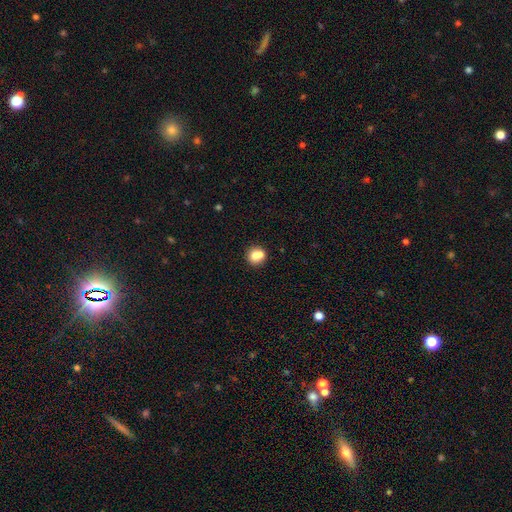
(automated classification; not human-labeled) A smooth galaxy with no disk features (77%) that is round (83%).

Vote fractions:
- Smooth or featured? smooth: 77% / featured or disk: 14% / star or artifact: 10%
- How rounded? round: 83% / in between: 16% / cigar-shaped: 1%
- Merging? none: 51% / merger: 35% / minor disturbance: 10% / major disturbance: 3%